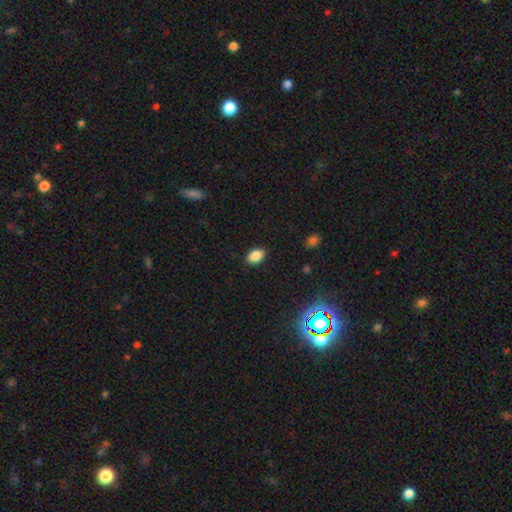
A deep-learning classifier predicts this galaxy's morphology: smooth 87%, star or artifact 9%, featured or disk 5%. Down the decision tree: how rounded — in between (85%); merging — none (88%).